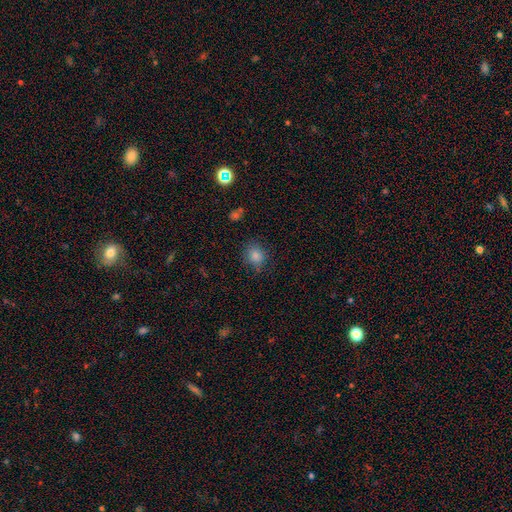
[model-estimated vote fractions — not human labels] This appears to be a smooth galaxy with no disk features (82%) that is round (75%). Merging: none (80%).